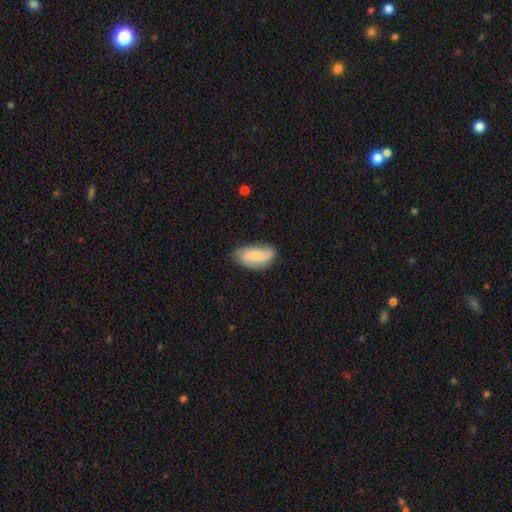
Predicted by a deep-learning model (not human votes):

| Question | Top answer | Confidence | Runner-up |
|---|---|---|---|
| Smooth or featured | smooth | 62% | featured or disk (31%) |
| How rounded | in between | 90% | cigar-shaped (7%) |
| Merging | none | 69% | minor disturbance (24%) |